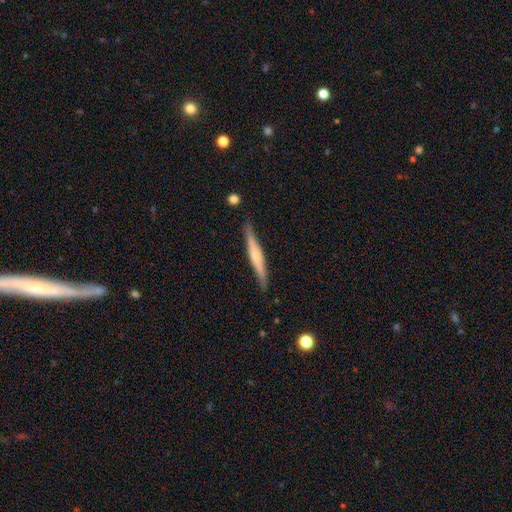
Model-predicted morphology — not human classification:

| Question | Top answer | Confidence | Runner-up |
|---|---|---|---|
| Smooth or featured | featured or disk | 57% | smooth (37%) |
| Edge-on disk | yes | 96% | no (4%) |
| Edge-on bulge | rounded | 64% | none (25%) |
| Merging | none | 86% | minor disturbance (11%) |